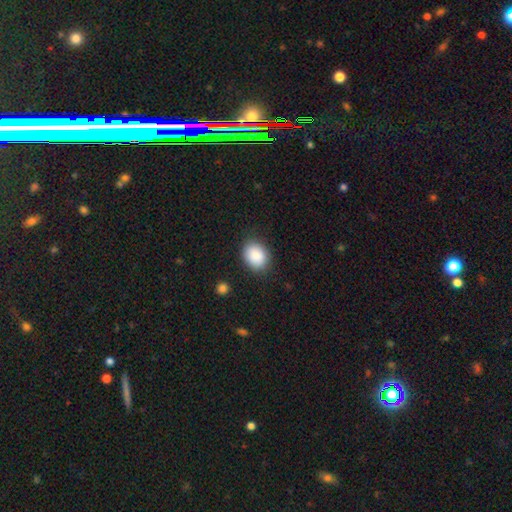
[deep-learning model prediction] Smooth or featured? smooth (89%)
How rounded? in between (56%)
Merging? none (85%)